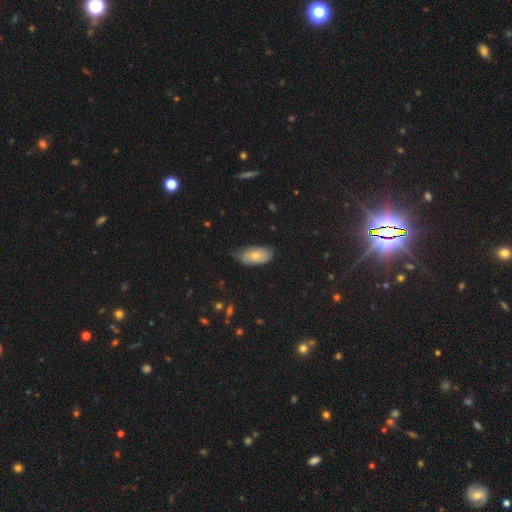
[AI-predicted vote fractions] Smooth or featured?
  - smooth: 67% *
  - featured or disk: 26%
  - star or artifact: 7%
How rounded?
  - in between: 93% *
  - cigar-shaped: 4%
  - round: 3%
Merging?
  - none: 62% *
  - minor disturbance: 31%
  - major disturbance: 5%
  - merger: 1%